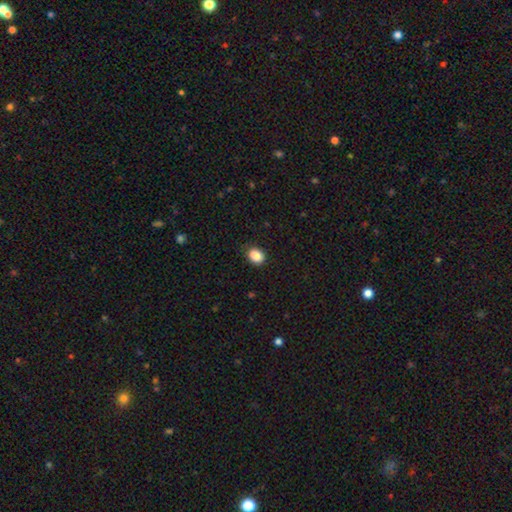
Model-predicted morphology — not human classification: Smooth or featured? Predicted: smooth (p=0.87). How rounded? Predicted: in between (p=0.65). Merging? Predicted: none (p=0.81).